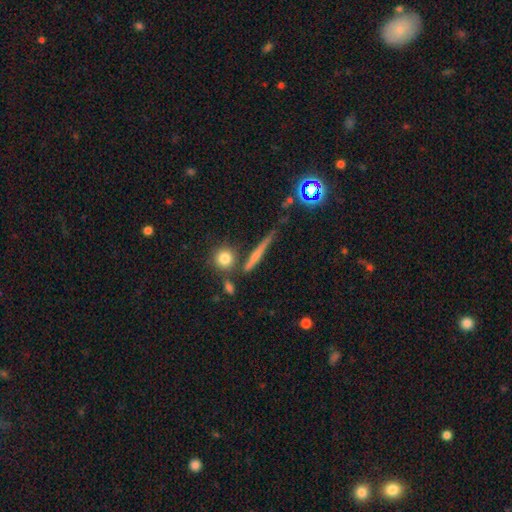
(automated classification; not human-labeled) smooth-or-featured: smooth: 48% | featured or disk: 39% | star or artifact: 13%
  merging: none: 70% | minor disturbance: 15% | merger: 9% | major disturbance: 5%